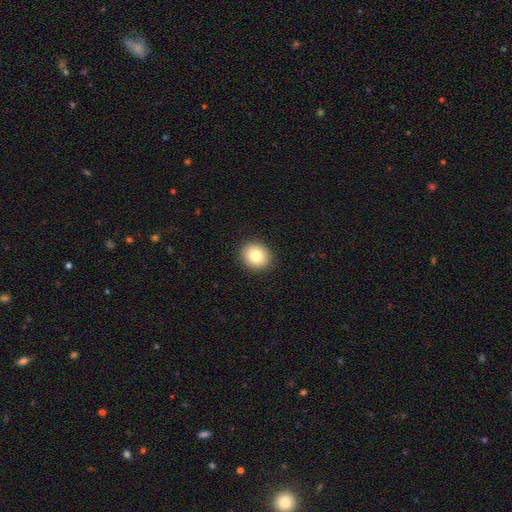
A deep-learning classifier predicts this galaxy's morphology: smooth_or_featured: smooth (p=0.81) [alt: featured or disk p=0.10]
how_rounded: round (p=0.77) [alt: in between p=0.22]
merging: none (p=0.92) [alt: minor disturbance p=0.06]